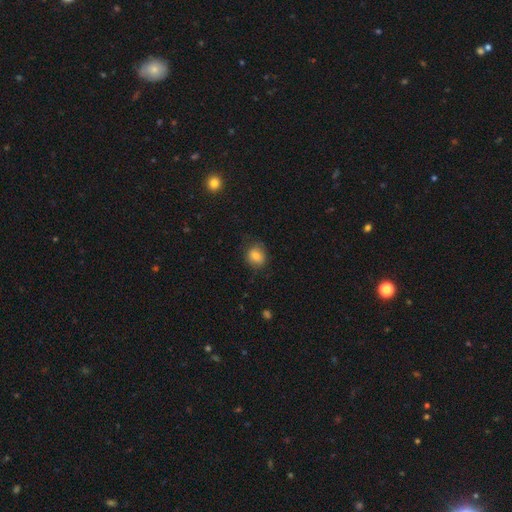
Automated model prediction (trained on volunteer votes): This is clearly a smooth galaxy (80%). How rounded: likely round (62%). Merging: likely none (75%).